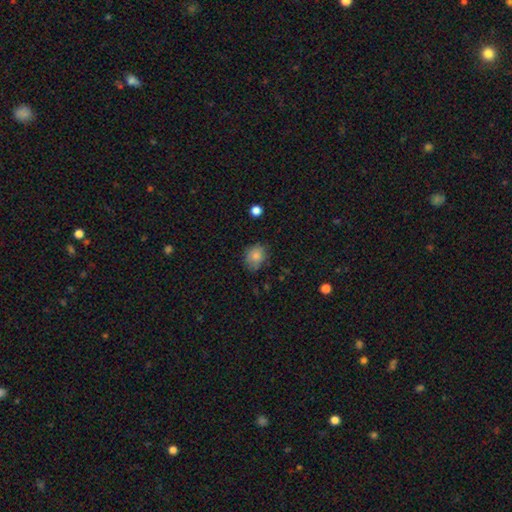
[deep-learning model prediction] Q: Smooth or featured?
A: smooth (81%); runner-up: star or artifact (10%)
Q: How rounded?
A: round (57%); runner-up: in between (42%)
Q: Merging?
A: none (70%); runner-up: minor disturbance (23%)